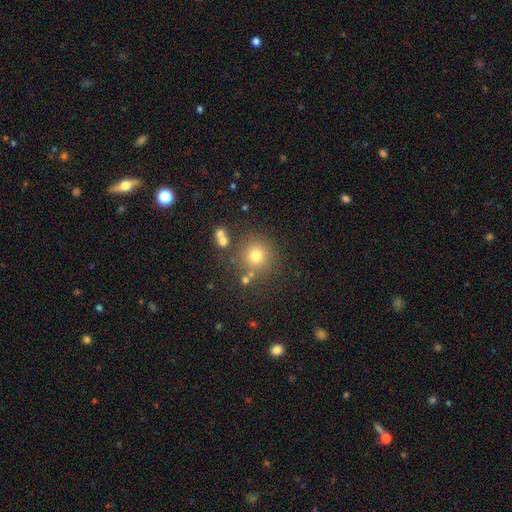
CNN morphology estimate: Overall: smooth (74%). How rounded: round (92%). Merging: none (77%).